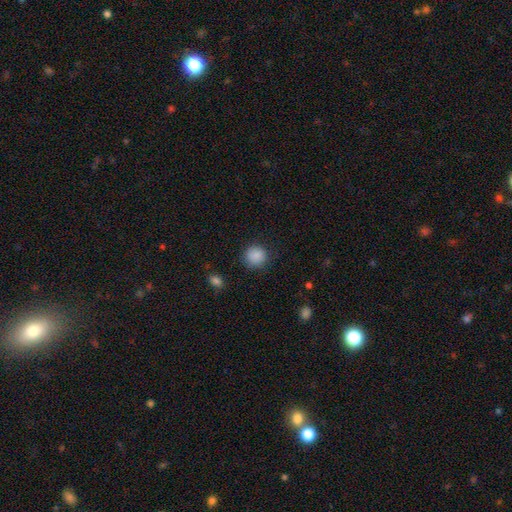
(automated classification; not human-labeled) Overall: smooth (88%). How rounded: round (91%). Merging: none (86%).